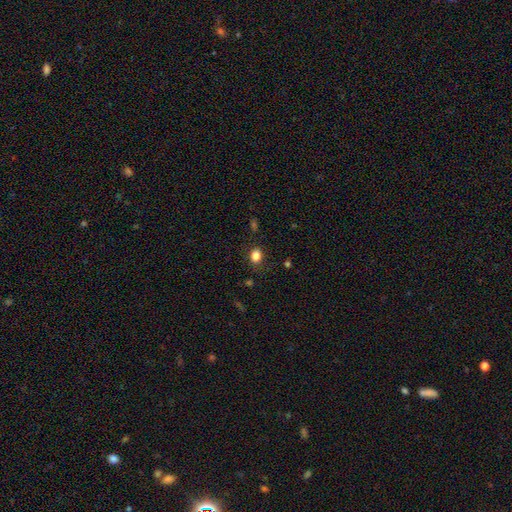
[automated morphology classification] Smooth or featured? Predicted: smooth (p=0.84). How rounded? Predicted: in between (p=0.61). Merging? Predicted: none (p=0.83).